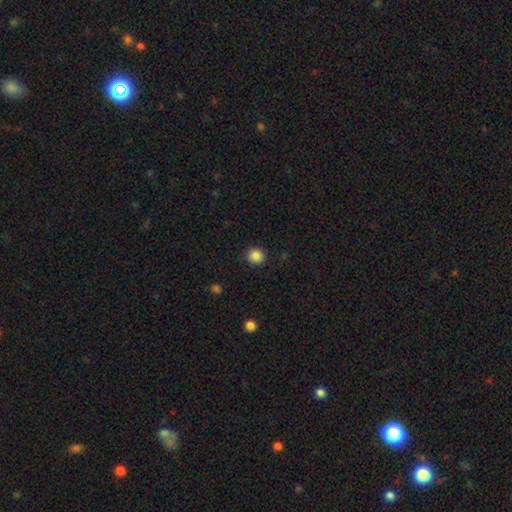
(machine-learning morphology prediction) The model was most divided on "smooth or featured": smooth: 86%, star or artifact: 10%, featured or disk: 4%. More confident: how rounded — round (91%); merging — none (88%).